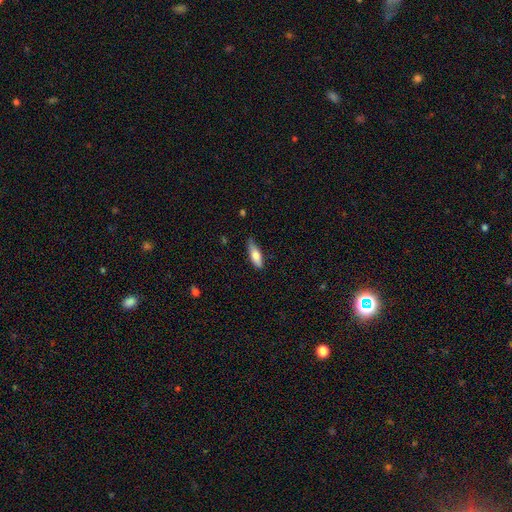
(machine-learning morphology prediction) smooth-or-featured: smooth: 71% | featured or disk: 23% | star or artifact: 6%
  how-rounded: in between: 51% | cigar-shaped: 47% | round: 2%
  merging: none: 72% | minor disturbance: 23% | major disturbance: 4% | merger: 2%